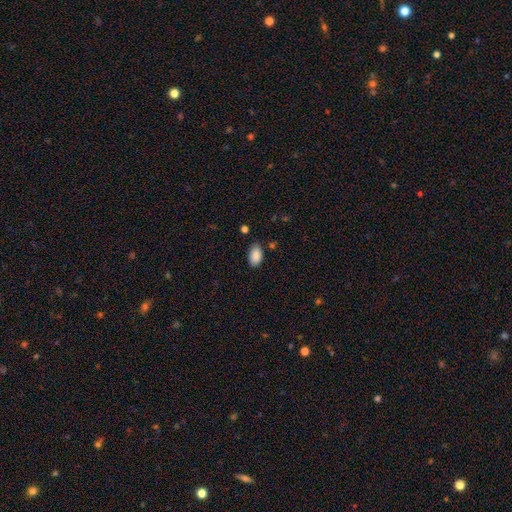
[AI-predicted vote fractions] Smooth or featured? smooth (89%)
How rounded? in between (93%)
Merging? none (81%)